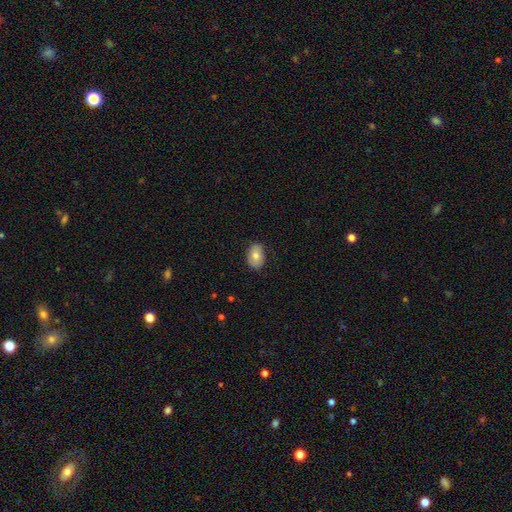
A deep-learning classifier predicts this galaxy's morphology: The model was most divided on "smooth or featured": smooth: 76%, featured or disk: 16%, star or artifact: 8%. More confident: how rounded — in between (84%); merging — none (80%).